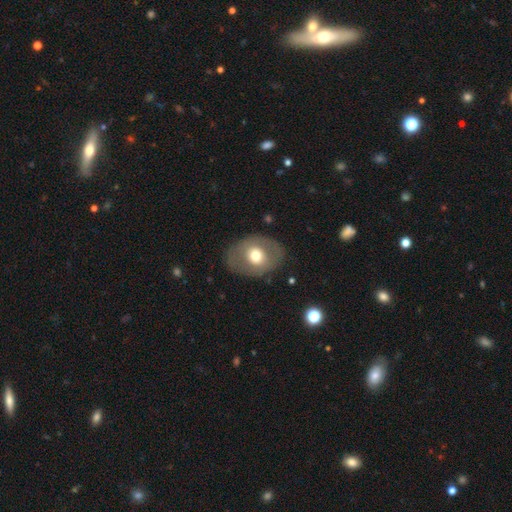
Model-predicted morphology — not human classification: A smooth galaxy with no disk features (57%) that is in between round and cigar-shaped (59%).

Vote fractions:
- Smooth or featured? smooth: 57% / featured or disk: 37% / star or artifact: 7%
- How rounded? in between: 59% / round: 40% / cigar-shaped: 1%
- Merging? none: 81% / minor disturbance: 12% / major disturbance: 6% / merger: 1%